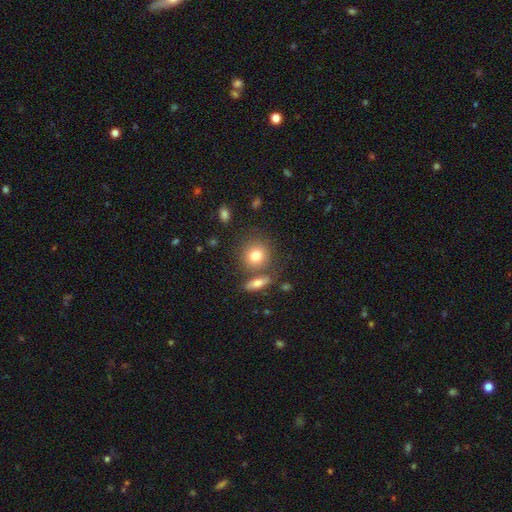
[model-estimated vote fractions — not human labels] Q: Smooth or featured?
A: smooth (78%); runner-up: featured or disk (12%)
Q: How rounded?
A: round (82%); runner-up: in between (16%)
Q: Merging?
A: none (68%); runner-up: merger (17%)